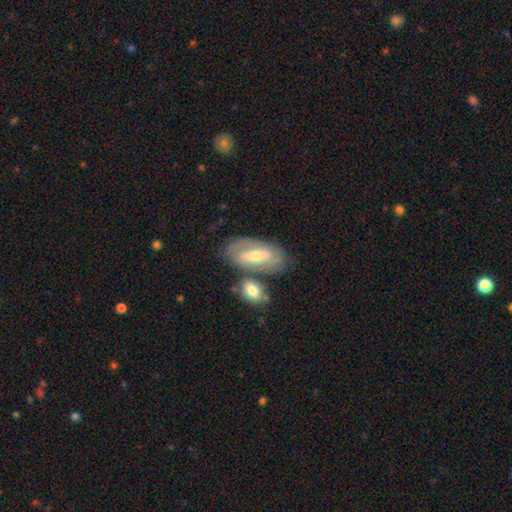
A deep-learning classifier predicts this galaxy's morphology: featured or disk 65%, smooth 29%, star or artifact 6%. Down the decision tree: edge-on disk — no (90%); bar — strong (40%); spiral arms — yes (71%); bulge size — small (48%); merging — none (62%).